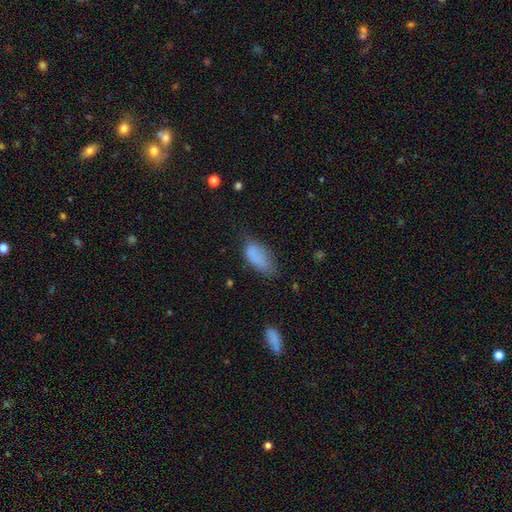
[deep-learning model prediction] A smooth galaxy with no disk features (82%) that is in between round and cigar-shaped (89%). Merging: none (47%).